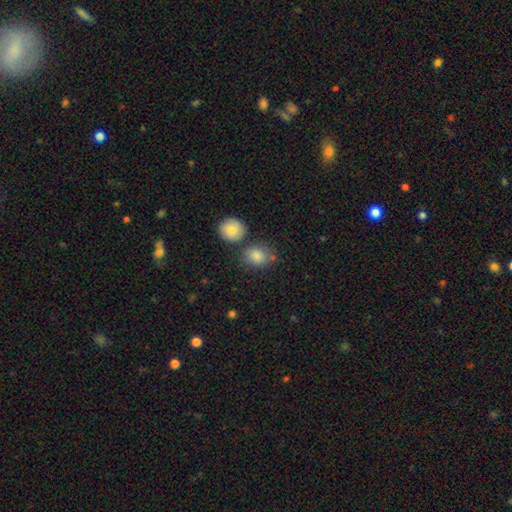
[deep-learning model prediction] Smooth or featured: smooth — 83% (star or artifact — 10%)
How rounded: round — 59% (in between — 40%)
Merging: none — 67% (merger — 15%)